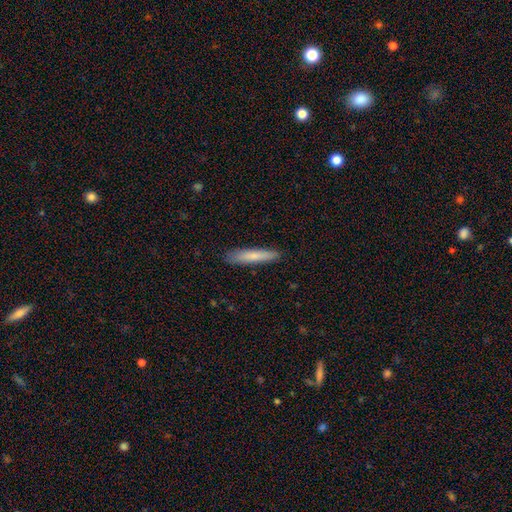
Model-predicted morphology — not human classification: Smooth or featured?
  - smooth: 77% *
  - featured or disk: 17%
  - star or artifact: 6%
How rounded?
  - cigar-shaped: 92% *
  - in between: 7%
  - round: 1%
Merging?
  - none: 88% *
  - minor disturbance: 9%
  - major disturbance: 2%
  - merger: 1%